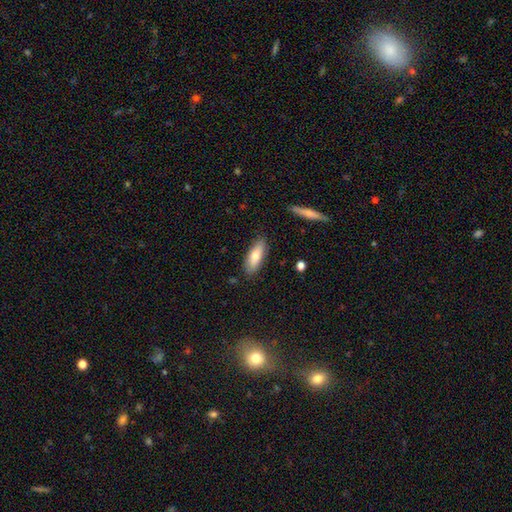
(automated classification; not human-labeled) A smooth galaxy with no disk features (74%) that is in between round and cigar-shaped (67%). Merging: none (85%).